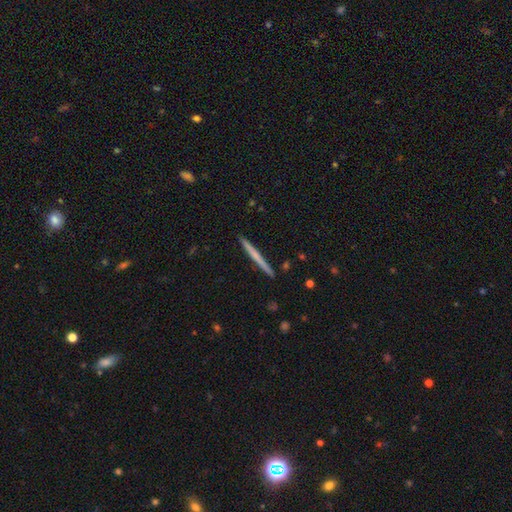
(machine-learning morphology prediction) Smooth or featured? Predicted: smooth (p=0.48). Merging? Predicted: none (p=0.92).